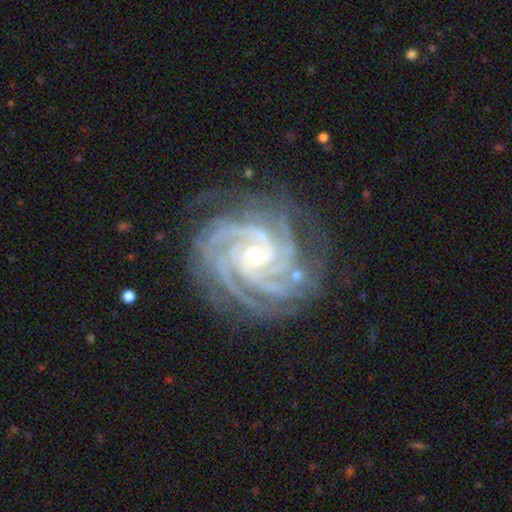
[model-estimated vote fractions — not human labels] Smooth or featured? featured or disk (93%)
Edge-on disk? no (98%)
Bar? no (62%)
Spiral arms? yes (99%)
Spiral winding? tight (78%)
Spiral arm count? 4 (38%)
Bulge size? small (60%)
Merging? none (77%)